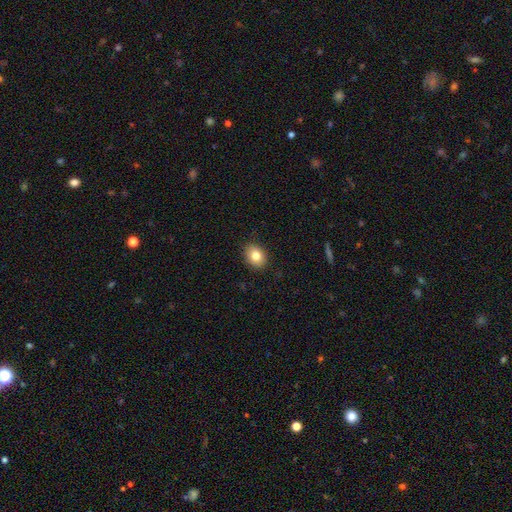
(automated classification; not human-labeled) smooth-or-featured: smooth: 81% | star or artifact: 10% | featured or disk: 9%
  how-rounded: round: 51% | in between: 48% | cigar-shaped: 1%
  merging: none: 89% | minor disturbance: 8% | major disturbance: 2% | merger: 1%